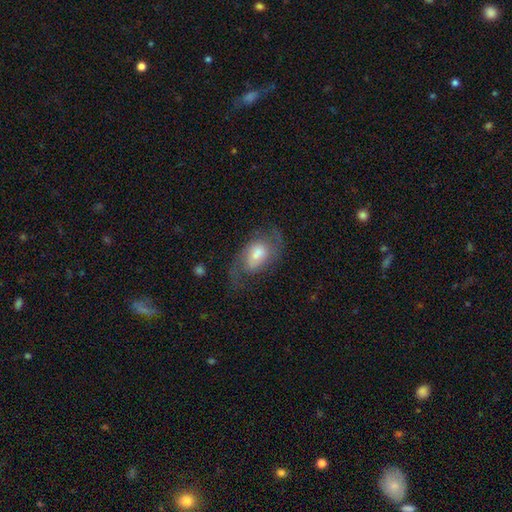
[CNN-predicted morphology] Overall: featured or disk (67%). Edge-on disk: no (96%). Bar: no (55%; weak 38%). Spiral arms: yes (89%). Spiral arm count: 2 (79%). Spiral winding: medium (45%; loose 36%). Bulge size: moderate (50%; small 24%). Merging: none (59%; minor disturbance 21%).